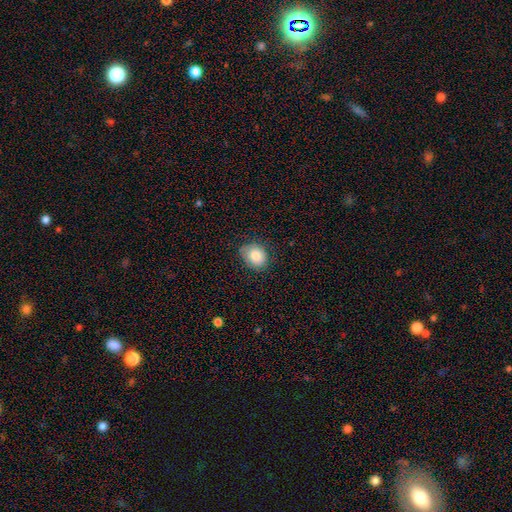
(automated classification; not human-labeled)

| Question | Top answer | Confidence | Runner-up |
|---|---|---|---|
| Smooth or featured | smooth | 82% | featured or disk (10%) |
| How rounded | round | 54% | in between (45%) |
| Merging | none | 77% | minor disturbance (18%) |